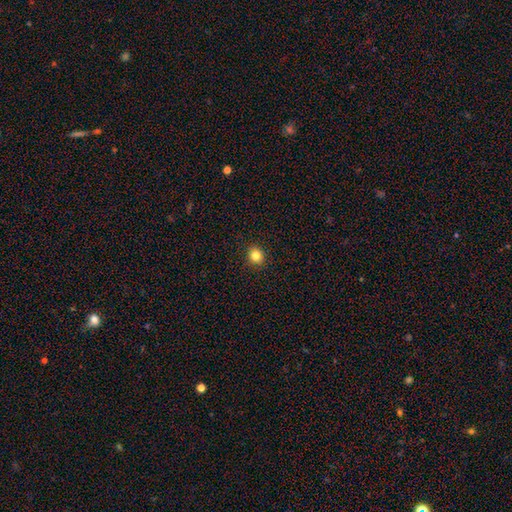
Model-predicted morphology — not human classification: A smooth galaxy with no disk features (83%) that is round (86%). Merging: none (93%).